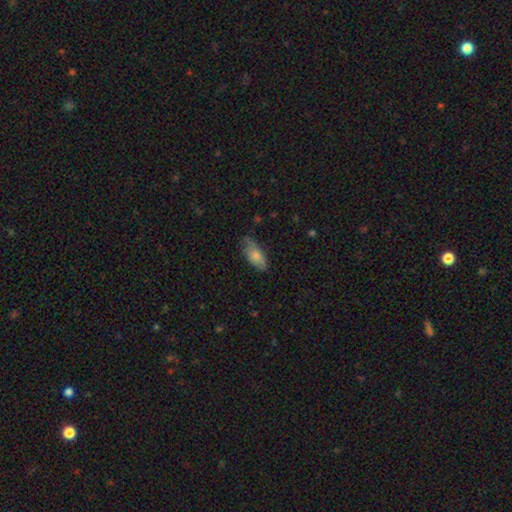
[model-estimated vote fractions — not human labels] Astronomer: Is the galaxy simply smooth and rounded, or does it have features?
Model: smooth — 69%.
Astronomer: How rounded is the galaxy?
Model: in between — 81%.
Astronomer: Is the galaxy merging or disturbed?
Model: none — 69%.